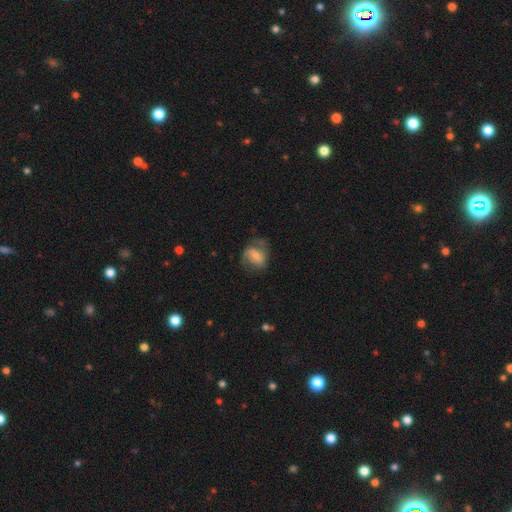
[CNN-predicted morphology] The model was most divided on "bulge size": small: 45%, moderate: 33%, none: 14%, large: 6%, dominant: 2%. Remaining: edge-on disk — no (96%); spiral arms — yes (80%); smooth or featured — featured or disk (55%); merging — none (52%); bar — weak (45%).